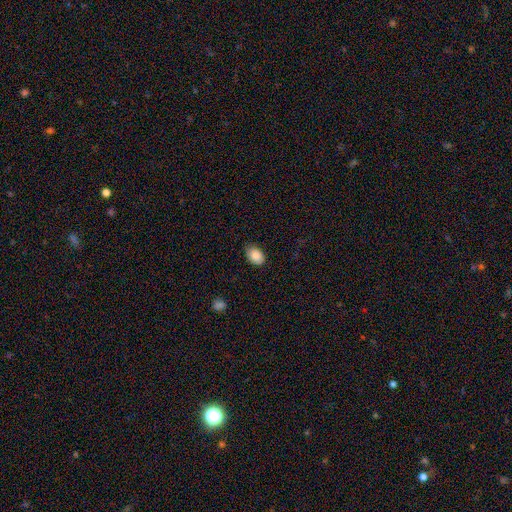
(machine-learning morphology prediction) Q: Smooth or featured?
A: smooth (86%); runner-up: star or artifact (8%)
Q: How rounded?
A: in between (80%); runner-up: round (19%)
Q: Merging?
A: none (77%); runner-up: minor disturbance (19%)